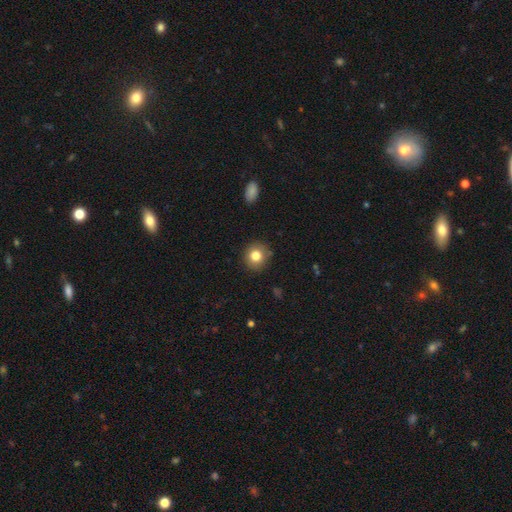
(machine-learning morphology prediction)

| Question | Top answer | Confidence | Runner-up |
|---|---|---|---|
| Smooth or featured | smooth | 81% | star or artifact (10%) |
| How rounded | round | 88% | in between (11%) |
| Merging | none | 87% | minor disturbance (9%) |